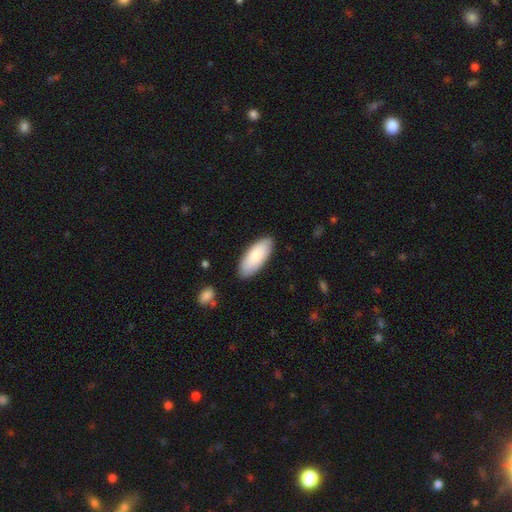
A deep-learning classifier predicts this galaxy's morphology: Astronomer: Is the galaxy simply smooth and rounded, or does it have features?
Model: smooth — 83%.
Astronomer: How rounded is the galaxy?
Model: in between — 82%.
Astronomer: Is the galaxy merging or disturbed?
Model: none — 86%.